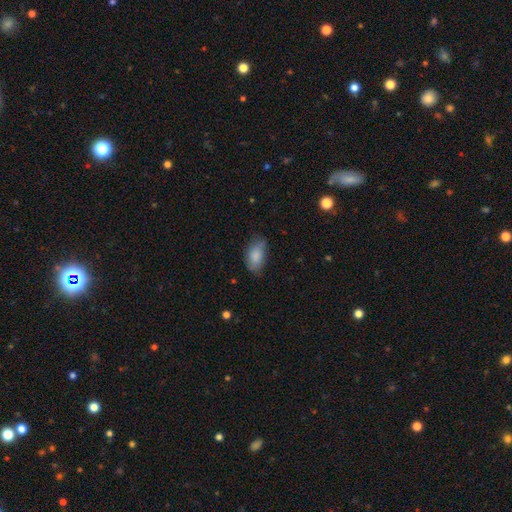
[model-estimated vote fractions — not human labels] Overall: smooth (83%). How rounded: in between (92%). Merging: none (67%).